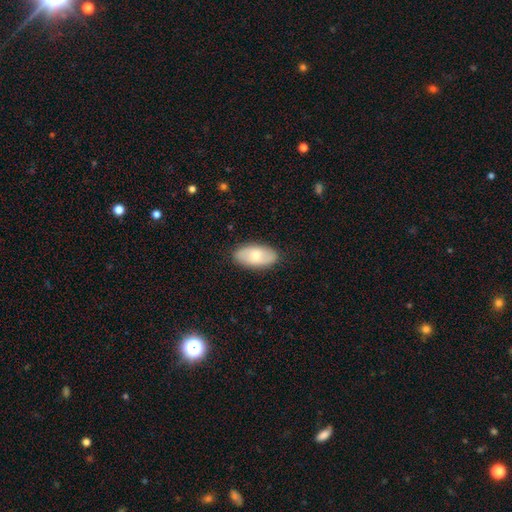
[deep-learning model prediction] A smooth galaxy with no disk features (67%) that is in between round and cigar-shaped (93%). Merging: none (87%).